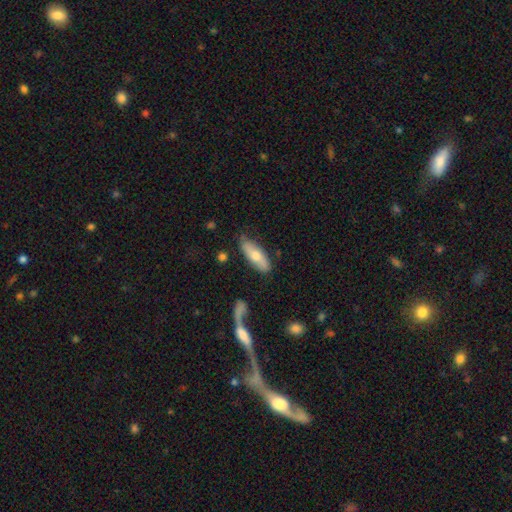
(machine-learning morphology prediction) Q: Smooth or featured?
A: smooth (62%); runner-up: featured or disk (33%)
Q: How rounded?
A: in between (62%); runner-up: cigar-shaped (35%)
Q: Merging?
A: none (76%); runner-up: minor disturbance (17%)